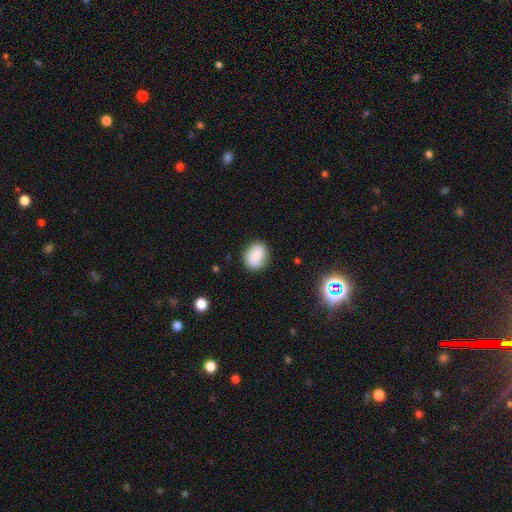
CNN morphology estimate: Smooth or featured?
  - smooth: 85% *
  - star or artifact: 9%
  - featured or disk: 7%
How rounded?
  - in between: 52% *
  - round: 47%
  - cigar-shaped: 1%
Merging?
  - none: 84% *
  - minor disturbance: 12%
  - major disturbance: 3%
  - merger: 1%